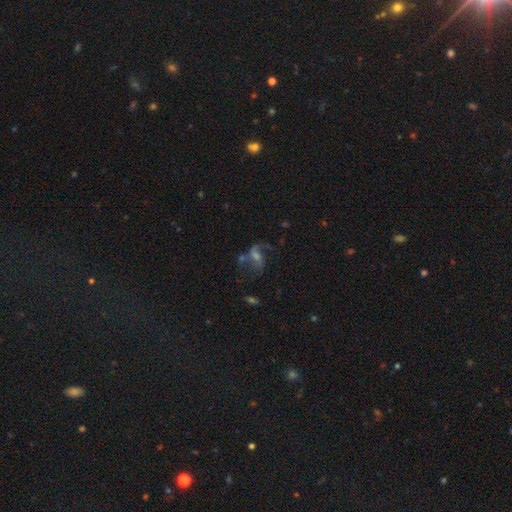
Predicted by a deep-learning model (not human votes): Q: Smooth or featured?
A: featured or disk (65%); runner-up: smooth (19%)
Q: Edge-on disk?
A: no (95%); runner-up: yes (5%)
Q: Bar?
A: no (42%); runner-up: weak (41%)
Q: Spiral arms?
A: yes (78%); runner-up: no (22%)
Q: Bulge size?
A: small (41%); runner-up: moderate (39%)
Q: Merging?
A: none (44%); runner-up: major disturbance (27%)